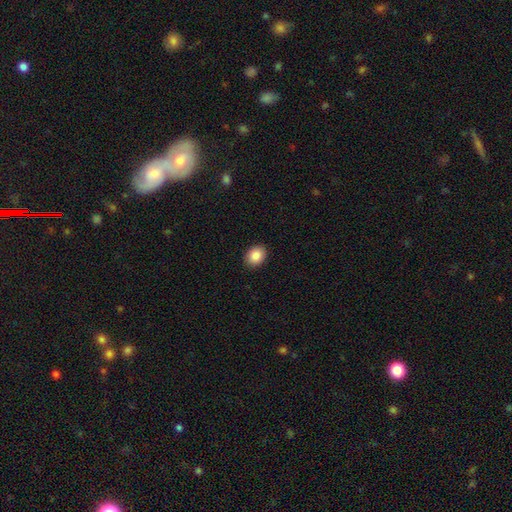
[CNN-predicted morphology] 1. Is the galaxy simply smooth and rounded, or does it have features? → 87% smooth, 8% star or artifact, 5% featured or disk.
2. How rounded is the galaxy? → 53% round, 46% in between, 1% cigar-shaped.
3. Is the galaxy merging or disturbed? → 91% none, 6% minor disturbance, 2% major disturbance, 1% merger.